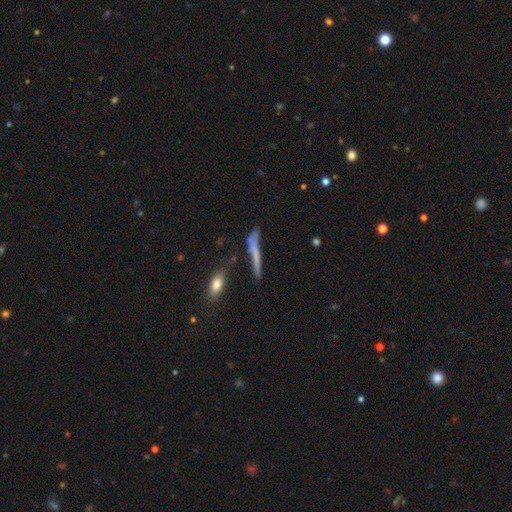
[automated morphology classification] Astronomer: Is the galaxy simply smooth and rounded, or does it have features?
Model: smooth — 50% (runner-up: featured or disk, 38%).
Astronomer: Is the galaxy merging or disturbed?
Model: none — 63%.